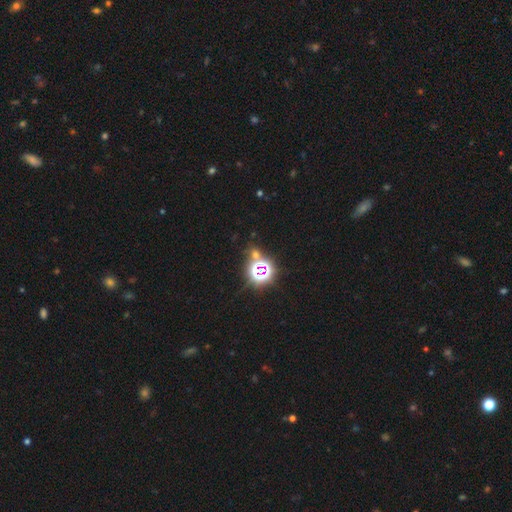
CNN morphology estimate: A star or artifact, not a galaxy (64%).